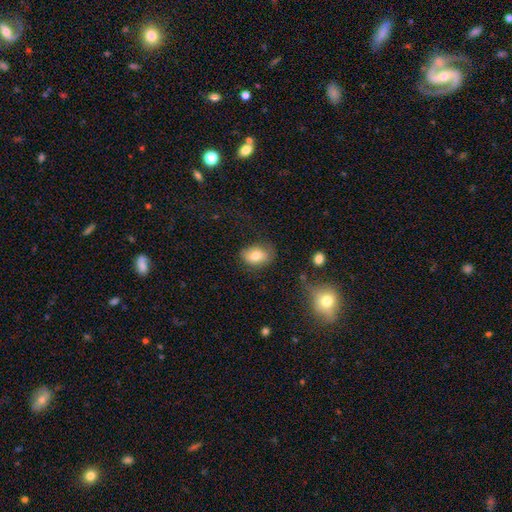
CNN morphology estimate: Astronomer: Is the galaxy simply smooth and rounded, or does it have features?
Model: smooth — 79%.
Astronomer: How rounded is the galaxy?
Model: in between — 80%.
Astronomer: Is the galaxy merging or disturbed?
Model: none — 71%.